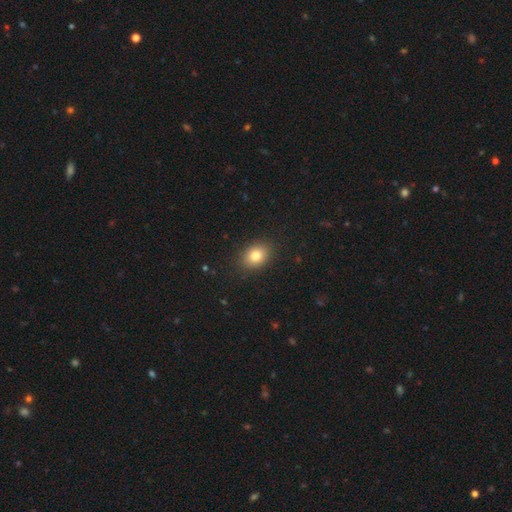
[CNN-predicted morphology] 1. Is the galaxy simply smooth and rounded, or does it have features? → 82% smooth, 10% star or artifact, 8% featured or disk.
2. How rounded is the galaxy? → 62% in between, 37% round, 1% cigar-shaped.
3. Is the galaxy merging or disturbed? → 88% none, 9% minor disturbance, 2% major disturbance, 1% merger.